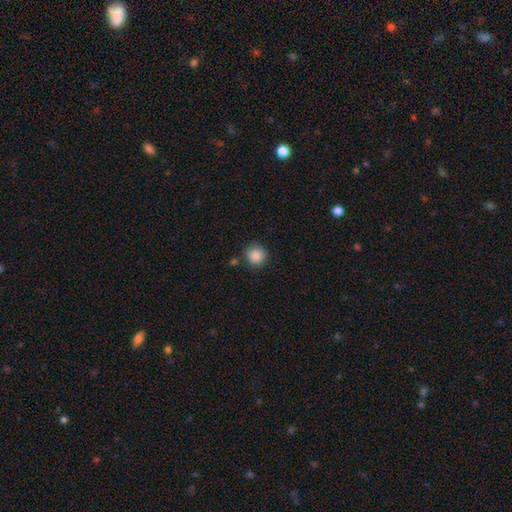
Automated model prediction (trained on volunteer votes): This is clearly a smooth galaxy (87%). How rounded: clearly round (93%). Merging: clearly none (85%).